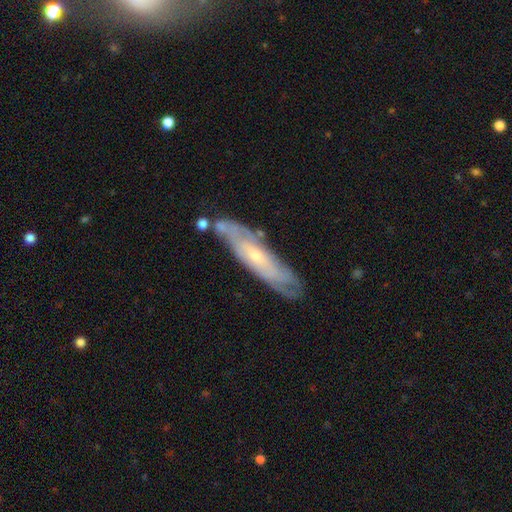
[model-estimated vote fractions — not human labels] Morphology: type=featured or disk (69%); edge-on=no (63%); merging=none (72%).